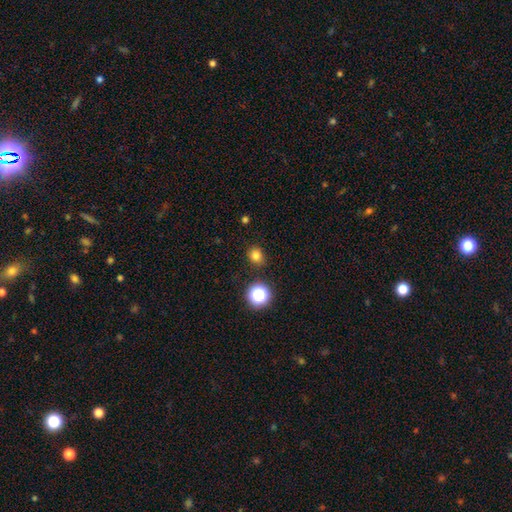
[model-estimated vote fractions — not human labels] A smooth galaxy with no disk features (78%) that is round (78%). Merging: none (87%).